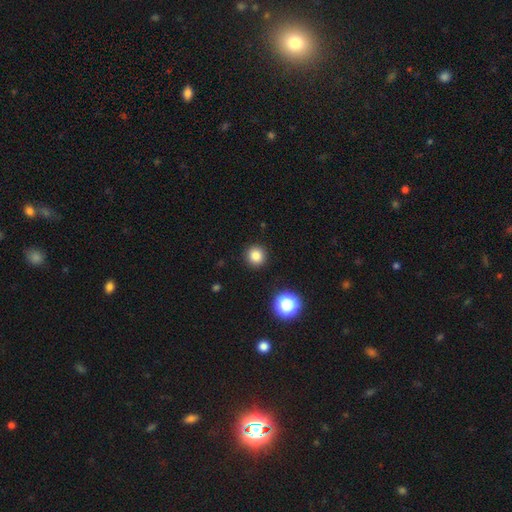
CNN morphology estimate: This appears to be a smooth galaxy with no disk features (82%) that is round (94%). Merging: none (92%).